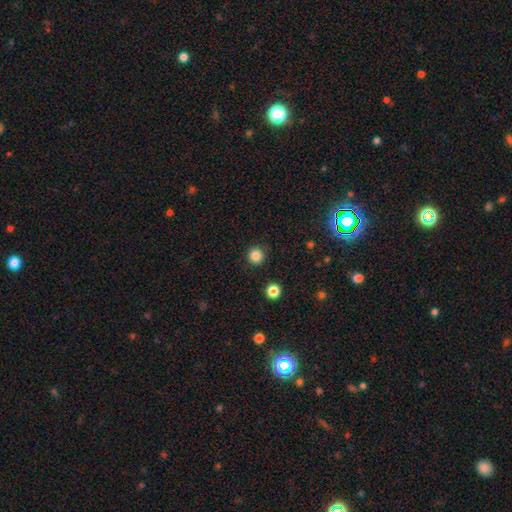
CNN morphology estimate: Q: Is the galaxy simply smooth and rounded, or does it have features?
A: smooth — 84%.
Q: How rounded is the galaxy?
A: round — 95%.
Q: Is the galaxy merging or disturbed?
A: none — 92%.